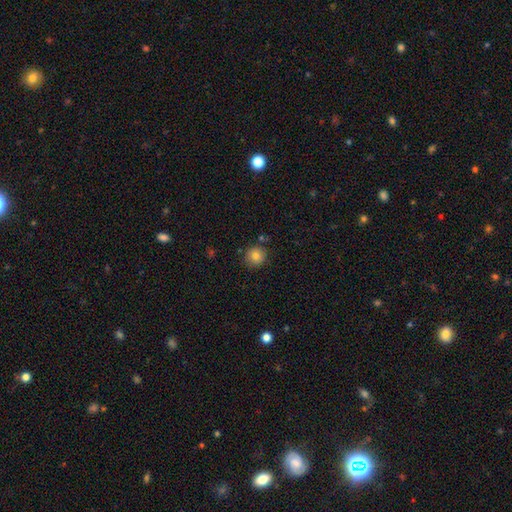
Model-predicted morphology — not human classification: Smooth or featured?
  - smooth: 82% *
  - star or artifact: 11%
  - featured or disk: 8%
How rounded?
  - round: 93% *
  - in between: 6%
  - cigar-shaped: 1%
Merging?
  - none: 86% *
  - minor disturbance: 9%
  - merger: 4%
  - major disturbance: 2%